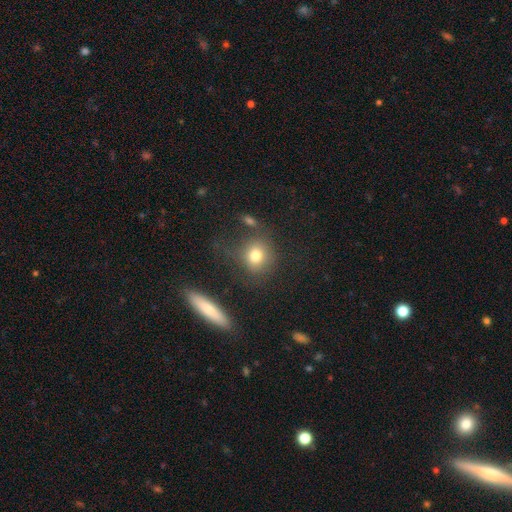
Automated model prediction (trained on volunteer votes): Smooth or featured? smooth (77%)
How rounded? round (81%)
Merging? none (70%)